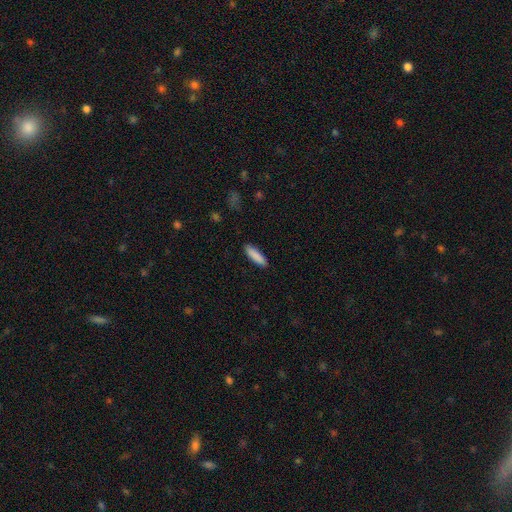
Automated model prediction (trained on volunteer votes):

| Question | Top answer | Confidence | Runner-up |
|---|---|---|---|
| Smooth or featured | smooth | 88% | star or artifact (6%) |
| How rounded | cigar-shaped | 72% | in between (27%) |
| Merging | none | 90% | minor disturbance (7%) |